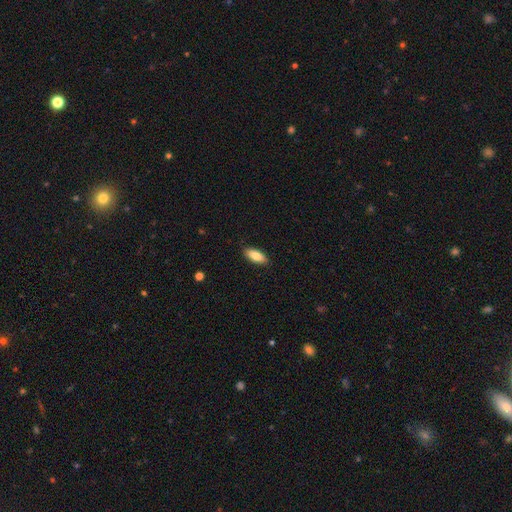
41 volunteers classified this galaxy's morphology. This is clearly a smooth galaxy (83%). How rounded: clearly in between (88%). Merging: clearly none (100%).